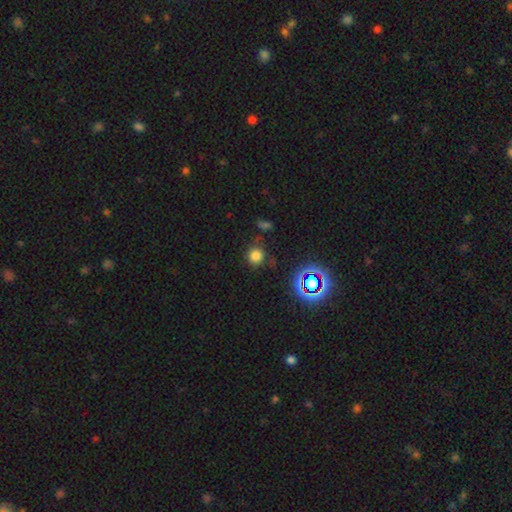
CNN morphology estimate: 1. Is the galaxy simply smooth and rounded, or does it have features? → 73% smooth, 21% star or artifact, 6% featured or disk.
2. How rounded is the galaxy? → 91% round, 8% in between, 1% cigar-shaped.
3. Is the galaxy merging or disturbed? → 79% none, 12% minor disturbance, 5% major disturbance, 4% merger.